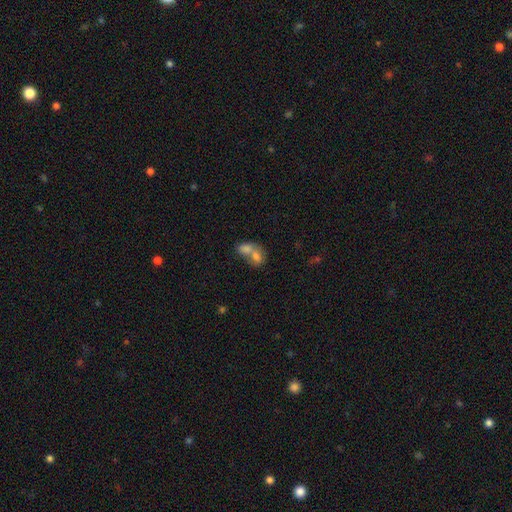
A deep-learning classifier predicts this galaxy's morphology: smooth 73%, featured or disk 17%, star or artifact 9%. Down the decision tree: how rounded — in between (74%); merging — merger (75%).